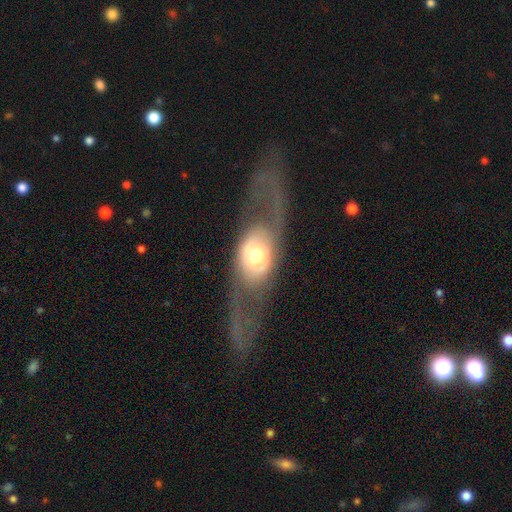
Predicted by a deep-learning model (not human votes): Morphology: type=featured or disk (67%); edge-on=no (81%); bar=no (69%); spiral arms=yes (53%); bulge=moderate (62%); merging=none (54%).